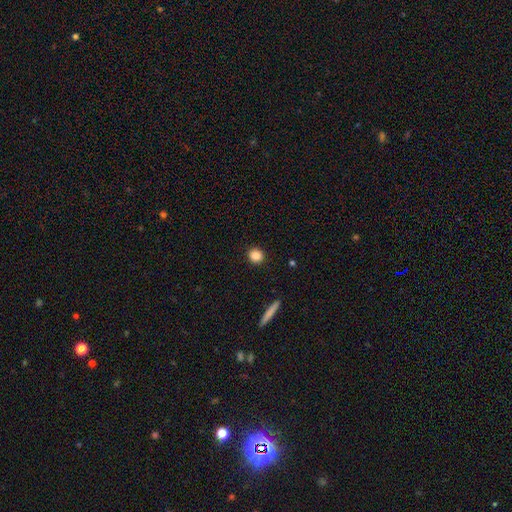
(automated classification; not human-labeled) Smooth or featured? Predicted: smooth (p=0.84). How rounded? Predicted: round (p=0.90). Merging? Predicted: none (p=0.92).